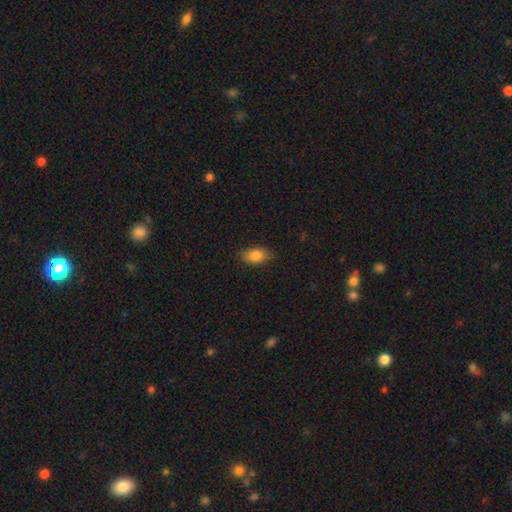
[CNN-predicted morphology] smooth-or-featured: smooth: 83% | featured or disk: 8% | star or artifact: 8%
  how-rounded: in between: 89% | round: 8% | cigar-shaped: 3%
  merging: none: 84% | minor disturbance: 12% | major disturbance: 3% | merger: 1%